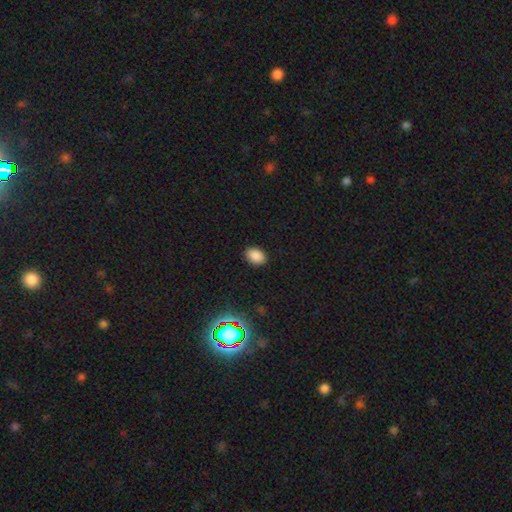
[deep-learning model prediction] smooth-or-featured: smooth: 85% | star or artifact: 12% | featured or disk: 4%
  how-rounded: in between: 78% | round: 21% | cigar-shaped: 1%
  merging: none: 87% | minor disturbance: 10% | major disturbance: 2% | merger: 1%